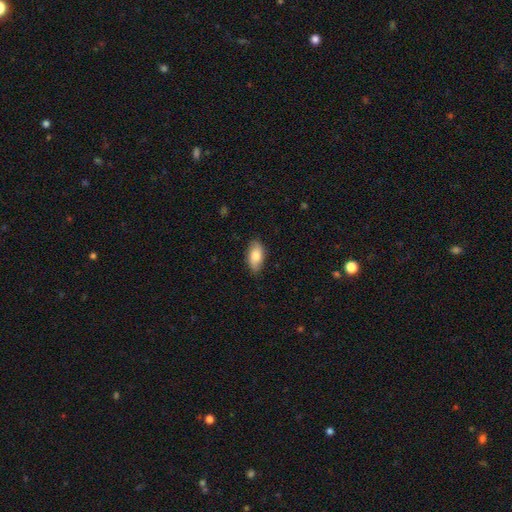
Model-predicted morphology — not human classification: This is likely a smooth galaxy (80%). How rounded: clearly in between (92%). Merging: clearly none (81%).